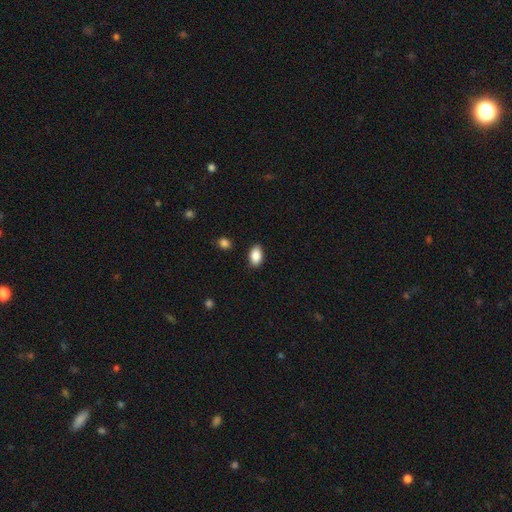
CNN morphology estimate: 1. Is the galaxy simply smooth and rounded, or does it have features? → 88% smooth, 7% star or artifact, 4% featured or disk.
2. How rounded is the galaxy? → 90% in between, 9% round, 1% cigar-shaped.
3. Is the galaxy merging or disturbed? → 88% none, 9% minor disturbance, 2% major disturbance, 1% merger.